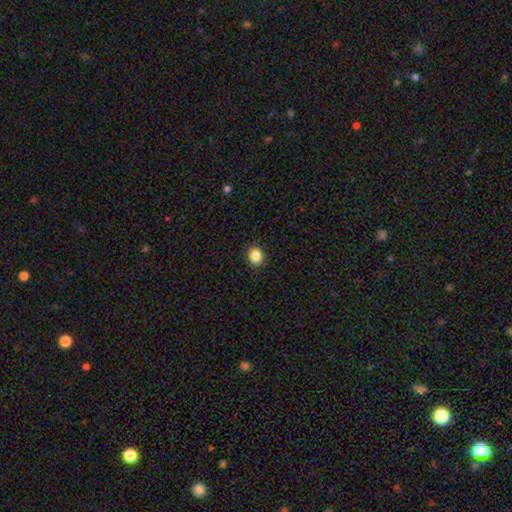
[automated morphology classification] Smooth or featured? Predicted: smooth (p=0.86). How rounded? Predicted: round (p=0.63). Merging? Predicted: none (p=0.91).